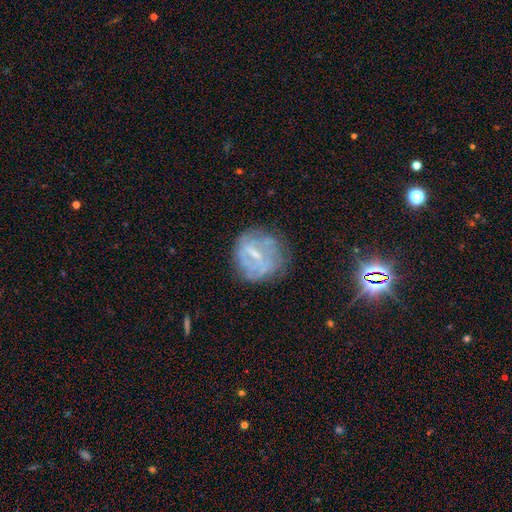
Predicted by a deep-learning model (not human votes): The model was most divided on "spiral arms": yes: 54%, no: 46%. More confident: edge-on disk — no (97%); smooth or featured — featured or disk (65%); merging — none (62%); bar — weak (51%); bulge size — small (51%).